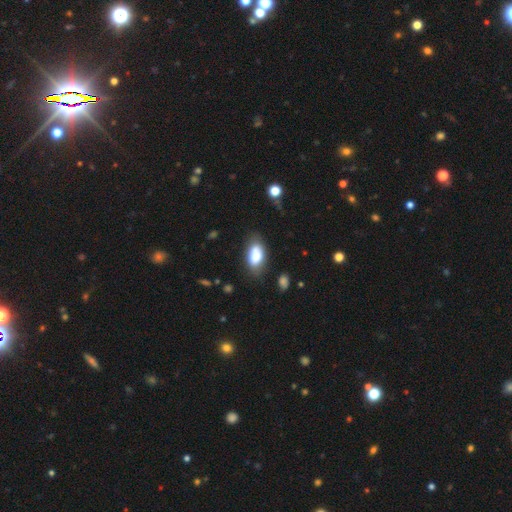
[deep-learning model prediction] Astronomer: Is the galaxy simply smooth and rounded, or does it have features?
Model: smooth — 78%.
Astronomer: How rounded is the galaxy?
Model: in between — 92%.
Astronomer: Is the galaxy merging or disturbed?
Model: none — 66%.